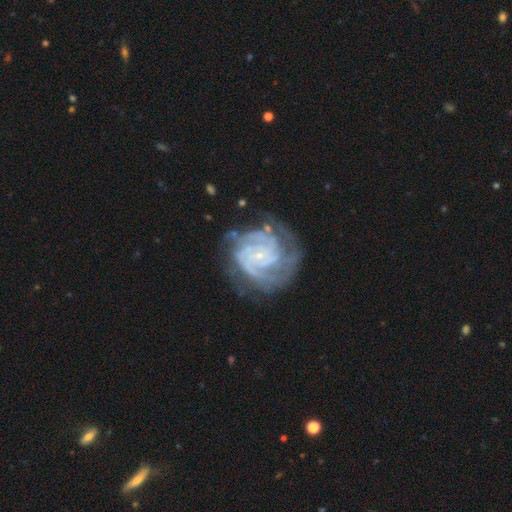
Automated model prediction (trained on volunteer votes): A featured or disk galaxy (86%) with no bar (66%), 3 (26%) tight (68%) spiral arms (97%) and a small central bulge (79%). Merging: none (72%).